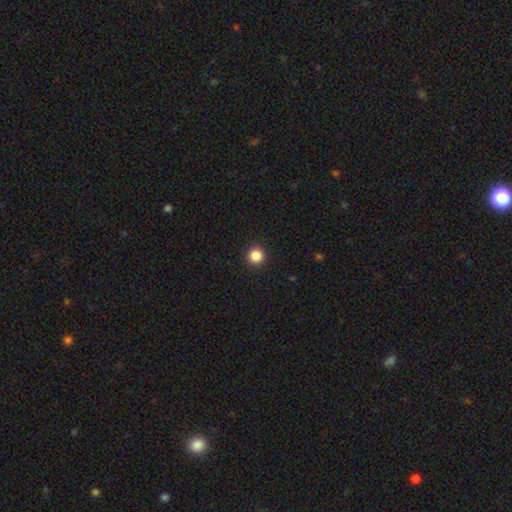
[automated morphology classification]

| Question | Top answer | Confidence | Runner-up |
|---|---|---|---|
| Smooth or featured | smooth | 86% | star or artifact (11%) |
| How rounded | round | 96% | in between (3%) |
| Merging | none | 93% | minor disturbance (4%) |